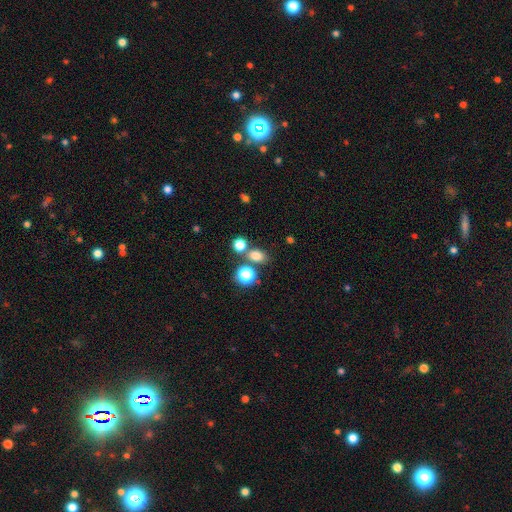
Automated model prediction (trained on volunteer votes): smooth-or-featured: smooth: 73% | star or artifact: 19% | featured or disk: 8%
  how-rounded: in between: 57% | round: 42% | cigar-shaped: 1%
  merging: none: 64% | merger: 21% | minor disturbance: 10% | major disturbance: 4%